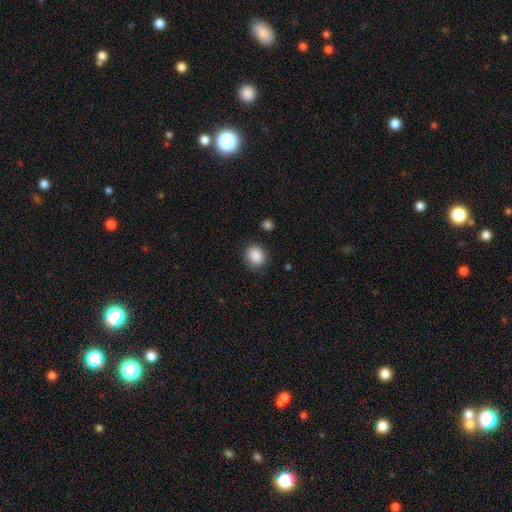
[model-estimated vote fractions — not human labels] Q: Smooth or featured?
A: smooth (89%); runner-up: star or artifact (8%)
Q: How rounded?
A: round (73%); runner-up: in between (26%)
Q: Merging?
A: none (85%); runner-up: minor disturbance (10%)